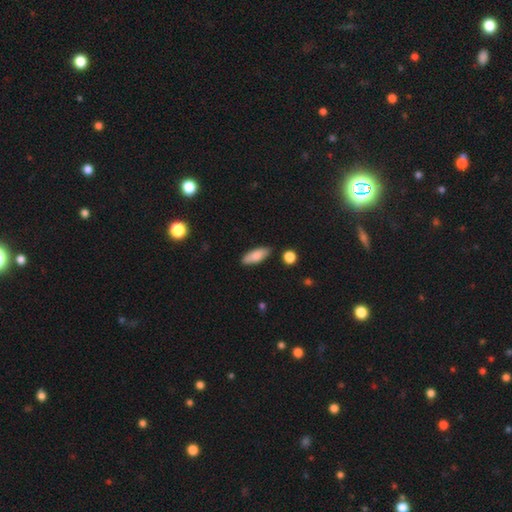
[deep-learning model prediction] A smooth galaxy with no disk features (83%) that is in between round and cigar-shaped (71%). Merging: none (82%).